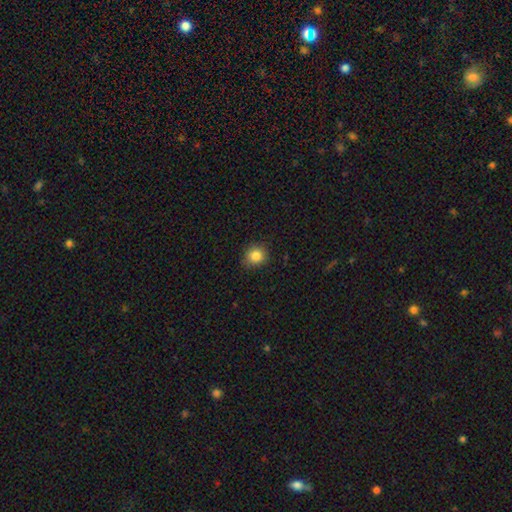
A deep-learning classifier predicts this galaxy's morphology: A smooth galaxy with no disk features (84%) that is round (82%).

Vote fractions:
- Smooth or featured? smooth: 84% / star or artifact: 11% / featured or disk: 5%
- How rounded? round: 82% / in between: 17% / cigar-shaped: 1%
- Merging? none: 84% / minor disturbance: 12% / major disturbance: 3% / merger: 1%